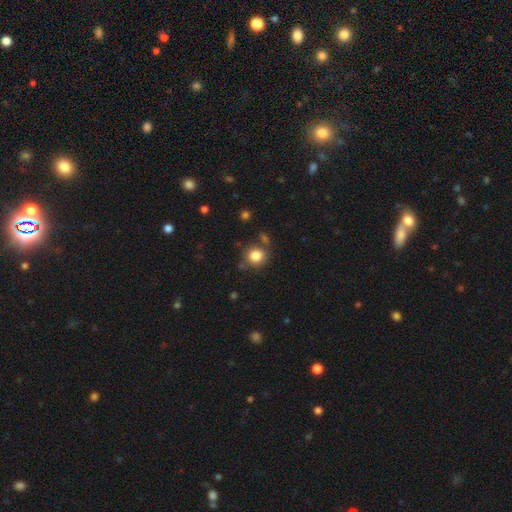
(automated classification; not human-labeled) The model was most divided on "merging": none: 74%, minor disturbance: 13%, merger: 9%, major disturbance: 4%. More confident: smooth or featured — smooth (84%); how rounded — round (82%).